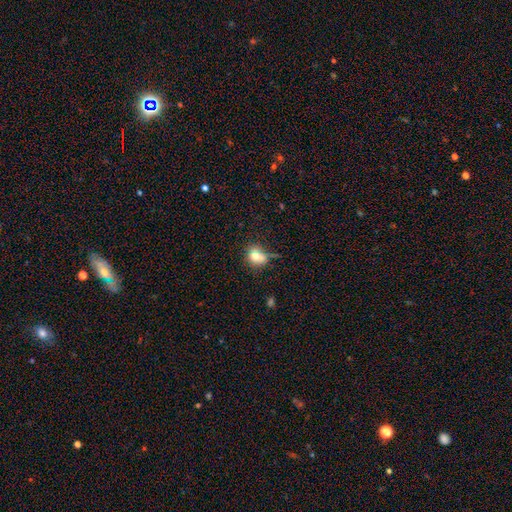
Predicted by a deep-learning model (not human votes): The model was most divided on "merging": none: 52%, minor disturbance: 22%, merger: 17%, major disturbance: 10%. More confident: smooth or featured — smooth (74%); how rounded — round (71%).